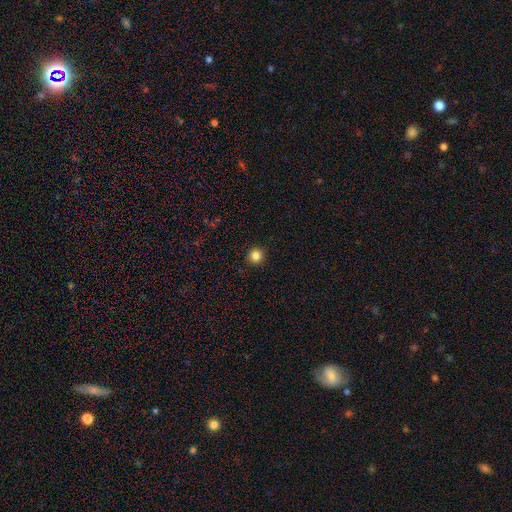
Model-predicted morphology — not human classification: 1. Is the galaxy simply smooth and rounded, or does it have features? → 84% smooth, 12% star or artifact, 4% featured or disk.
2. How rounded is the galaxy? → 95% round, 4% in between, 1% cigar-shaped.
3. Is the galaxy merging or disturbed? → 93% none, 4% minor disturbance, 2% major disturbance, 1% merger.